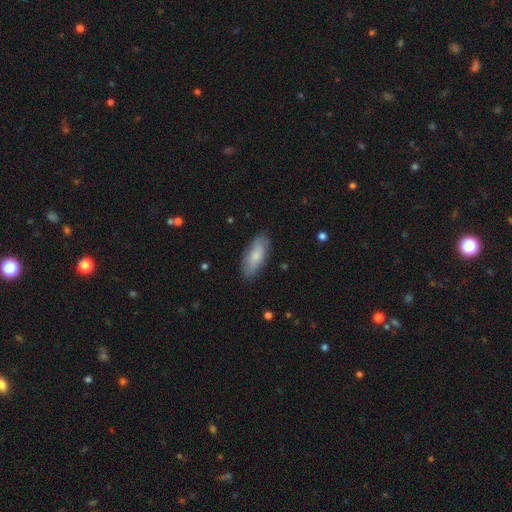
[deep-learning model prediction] Smooth or featured: smooth — 76% (featured or disk — 18%)
How rounded: in between — 77% (cigar-shaped — 21%)
Merging: none — 83% (minor disturbance — 13%)